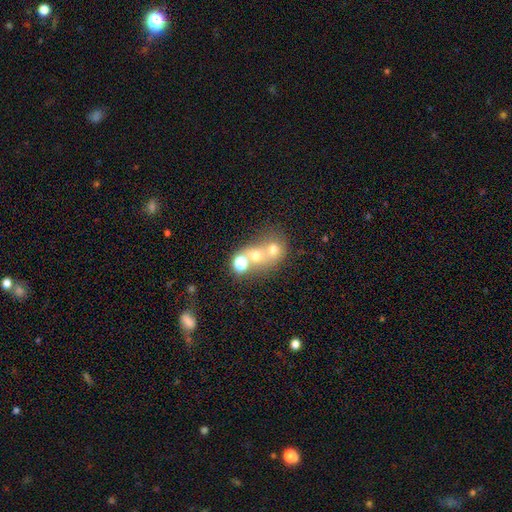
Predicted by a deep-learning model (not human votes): A smooth galaxy with no disk features (53%) that is round (68%).

Vote fractions:
- Smooth or featured? smooth: 53% / featured or disk: 26% / star or artifact: 21%
- How rounded? round: 68% / in between: 31% / cigar-shaped: 1%
- Merging? merger: 57% / none: 31% / minor disturbance: 7% / major disturbance: 5%